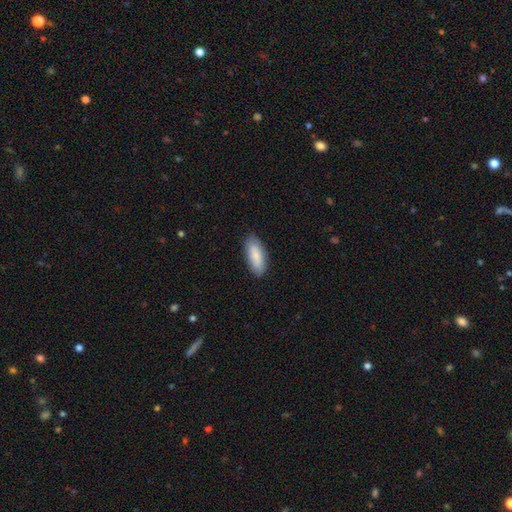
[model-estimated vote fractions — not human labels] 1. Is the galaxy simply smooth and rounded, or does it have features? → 83% smooth, 11% featured or disk, 6% star or artifact.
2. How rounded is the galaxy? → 80% in between, 18% cigar-shaped, 2% round.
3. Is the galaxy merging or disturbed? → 85% none, 12% minor disturbance, 2% major disturbance, 1% merger.